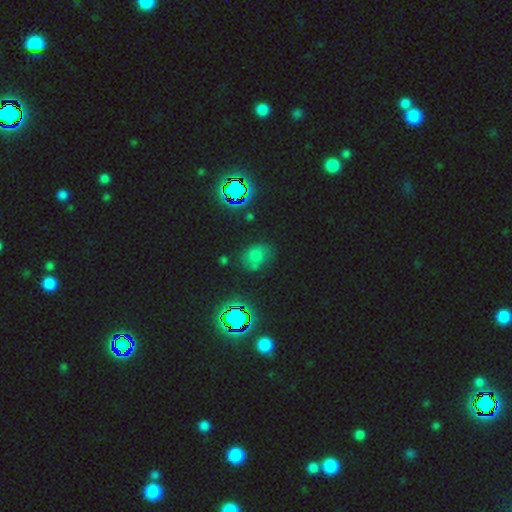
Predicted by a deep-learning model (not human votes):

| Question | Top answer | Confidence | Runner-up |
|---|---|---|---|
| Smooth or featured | smooth | 46% | star or artifact (38%) |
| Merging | none | 64% | minor disturbance (21%) |